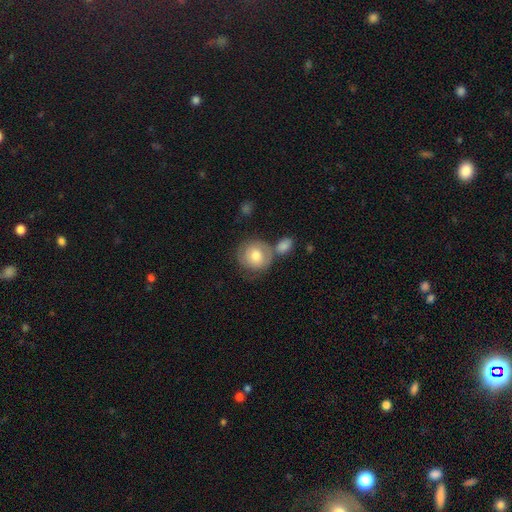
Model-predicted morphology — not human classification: Overall: smooth (58%; featured or disk 36%). How rounded: round (88%). Merging: none (51%; merger 25%).